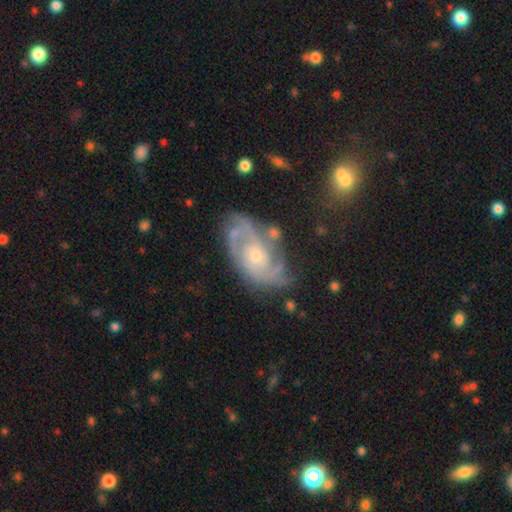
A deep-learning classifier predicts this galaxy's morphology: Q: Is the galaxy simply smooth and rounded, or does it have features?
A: featured or disk — 86%.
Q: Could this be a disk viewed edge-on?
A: no — 96%.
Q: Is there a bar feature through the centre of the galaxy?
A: no — 70%.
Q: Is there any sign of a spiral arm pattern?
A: yes — 95%.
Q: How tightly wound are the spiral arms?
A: tight — 50%.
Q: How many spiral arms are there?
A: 2 — 39%.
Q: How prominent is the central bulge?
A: small — 61%.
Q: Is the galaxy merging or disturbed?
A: none — 64%.